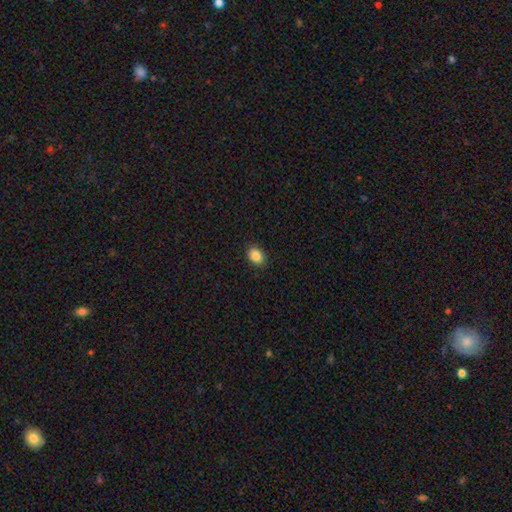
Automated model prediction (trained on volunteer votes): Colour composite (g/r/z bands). It shows a smooth galaxy with no disk features (87%) that is in between round and cigar-shaped (73%). Merging: none (90%).